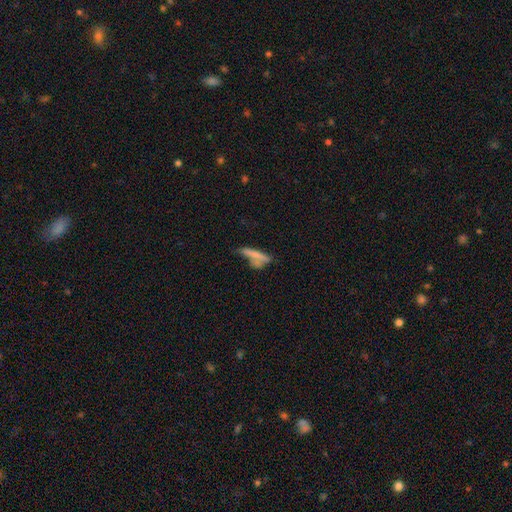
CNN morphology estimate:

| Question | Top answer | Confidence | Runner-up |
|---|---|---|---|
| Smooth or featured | smooth | 65% | featured or disk (26%) |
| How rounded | cigar-shaped | 79% | in between (18%) |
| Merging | none | 37% | merger (28%) |